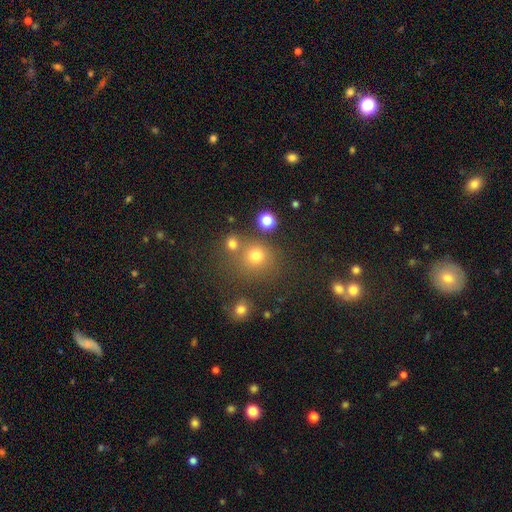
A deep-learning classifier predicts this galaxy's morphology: Q: Smooth or featured?
A: smooth (72%); runner-up: star or artifact (20%)
Q: How rounded?
A: round (88%); runner-up: in between (11%)
Q: Merging?
A: none (69%); runner-up: merger (16%)